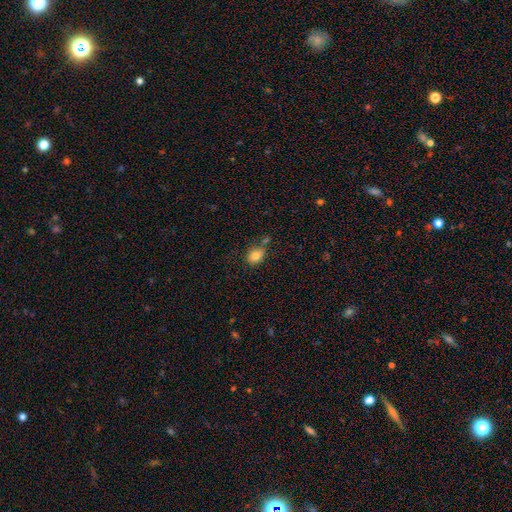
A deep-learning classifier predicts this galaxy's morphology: Overall: smooth (82%). How rounded: in between (70%). Merging: none (62%).